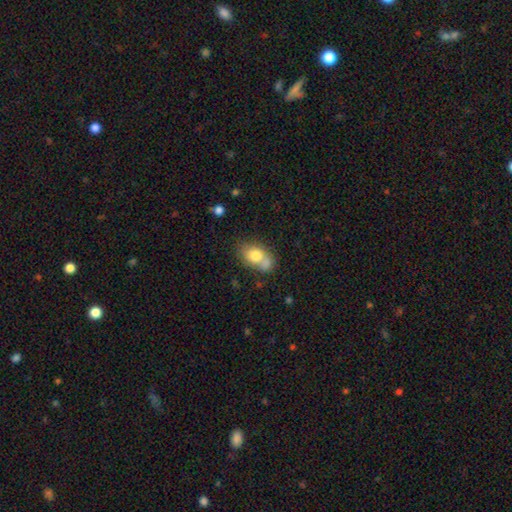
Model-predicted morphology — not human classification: Overall: smooth (76%). How rounded: in between (71%). Merging: none (40%; merger 37%).